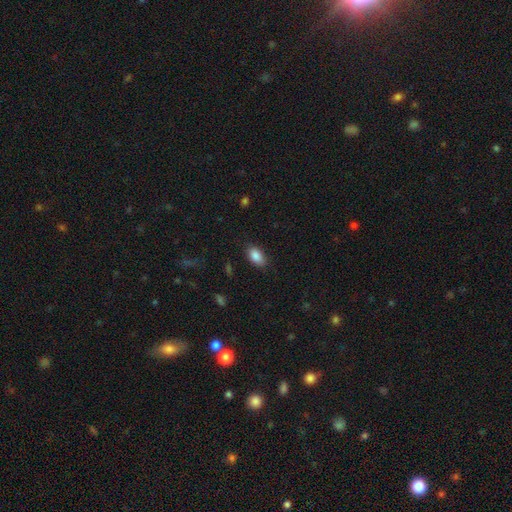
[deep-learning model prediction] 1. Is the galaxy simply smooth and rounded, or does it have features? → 87% smooth, 8% star or artifact, 5% featured or disk.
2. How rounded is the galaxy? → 92% in between, 6% round, 2% cigar-shaped.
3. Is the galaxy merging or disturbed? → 85% none, 11% minor disturbance, 3% major disturbance, 1% merger.